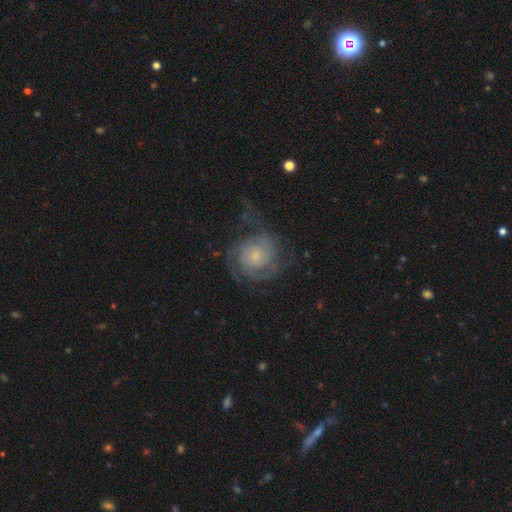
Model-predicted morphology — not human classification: smooth_or_featured: featured or disk (p=0.79) [alt: smooth p=0.15]
disk_edge_on: no (p=0.98) [alt: yes p=0.02]
bar: no (p=0.78) [alt: weak p=0.19]
has_spiral_arms: yes (p=0.94) [alt: no p=0.06]
spiral_winding: tight (p=0.52) [alt: medium p=0.35]
spiral_arm_count: 2 (p=0.40) [alt: can't tell p=0.22]
bulge_size: small (p=0.70) [alt: moderate p=0.19]
merging: none (p=0.61) [alt: major disturbance p=0.19]